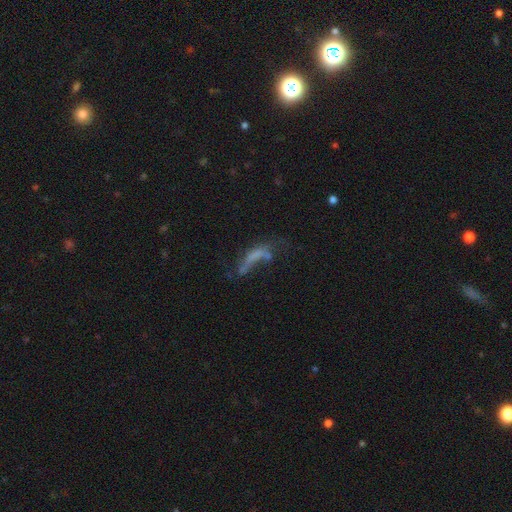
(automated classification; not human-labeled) Overall: smooth (43%; featured or disk 39%). Merging: major disturbance (37%; none 25%).